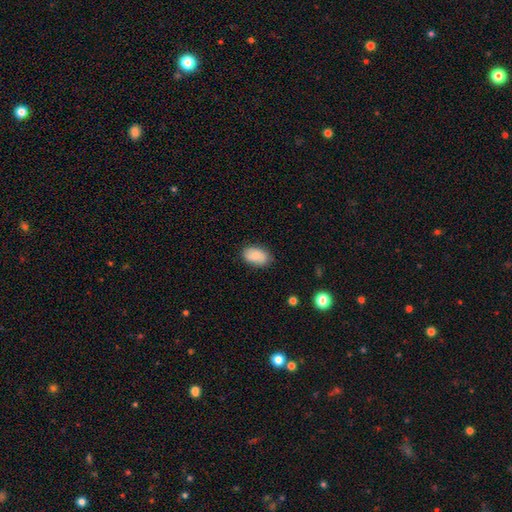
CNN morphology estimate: This is likely a smooth galaxy (78%). How rounded: clearly in between (90%). Merging: clearly none (81%).